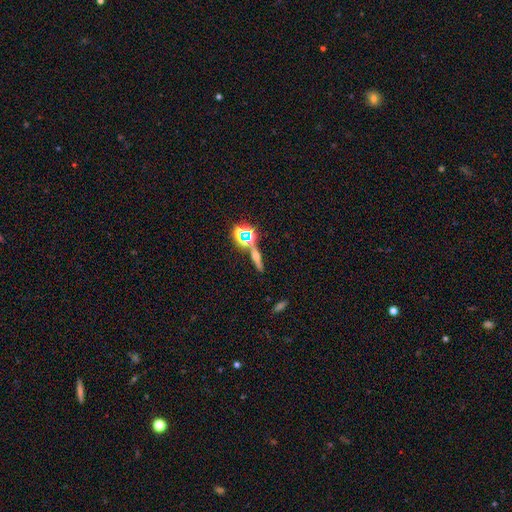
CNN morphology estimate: This appears to be a featured or disk galaxy (44%). Merging: none (71%).